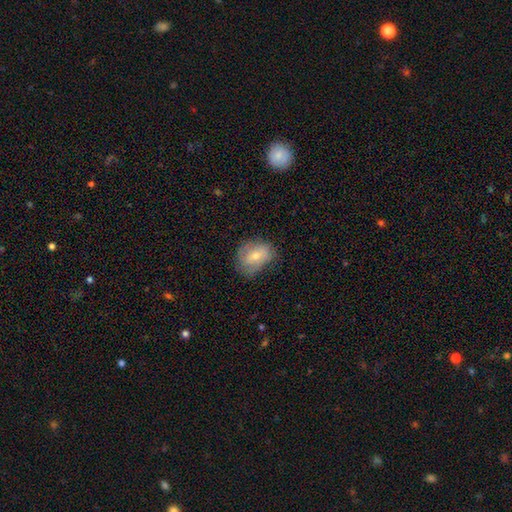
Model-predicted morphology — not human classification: Overall: featured or disk (45%, tied with smooth). Merging: none (61%; minor disturbance 28%).